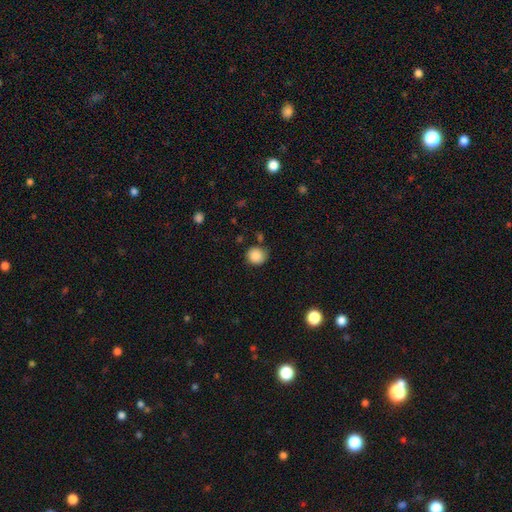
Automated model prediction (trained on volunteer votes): Smooth or featured: smooth — 87% (star or artifact — 9%)
How rounded: round — 89% (in between — 10%)
Merging: none — 77% (minor disturbance — 15%)